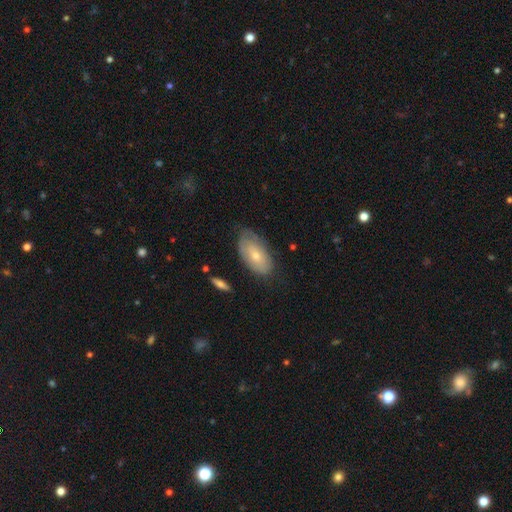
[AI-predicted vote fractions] Smooth or featured? smooth (62%)
How rounded? in between (92%)
Merging? none (62%)